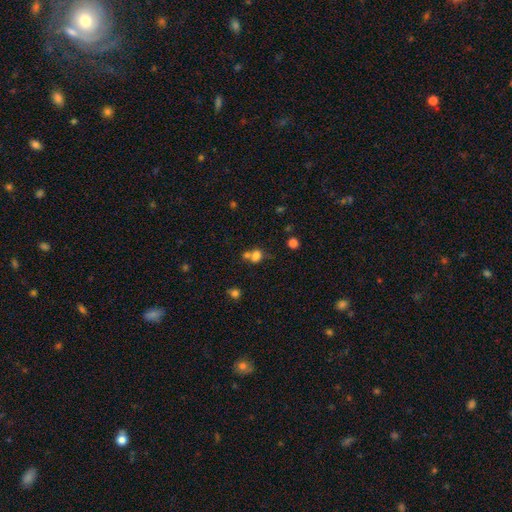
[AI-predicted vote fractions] A smooth galaxy with no disk features (72%) that is round (56%). Merging: merger (46%).